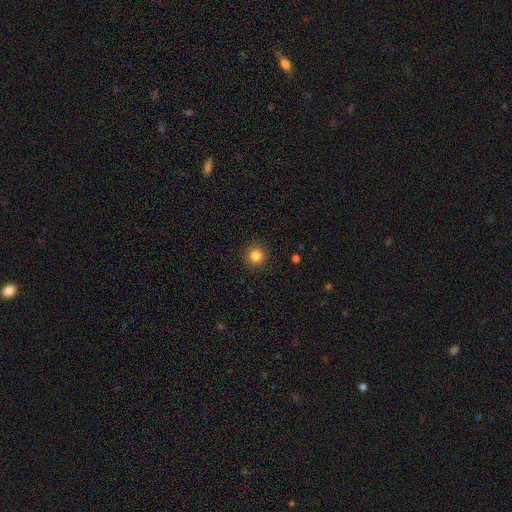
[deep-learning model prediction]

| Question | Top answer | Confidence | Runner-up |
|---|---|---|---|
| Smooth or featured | smooth | 84% | star or artifact (11%) |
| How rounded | round | 95% | in between (4%) |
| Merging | none | 92% | minor disturbance (5%) |